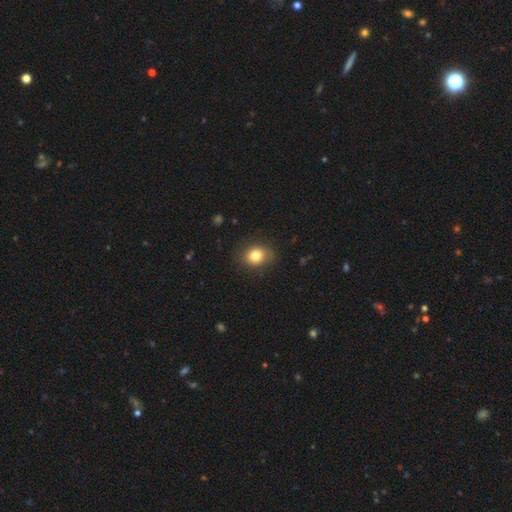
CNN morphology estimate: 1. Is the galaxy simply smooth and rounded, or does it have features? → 80% smooth, 10% star or artifact, 10% featured or disk.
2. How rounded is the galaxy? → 56% round, 43% in between, 1% cigar-shaped.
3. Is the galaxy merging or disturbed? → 82% none, 13% minor disturbance, 4% major disturbance, 1% merger.